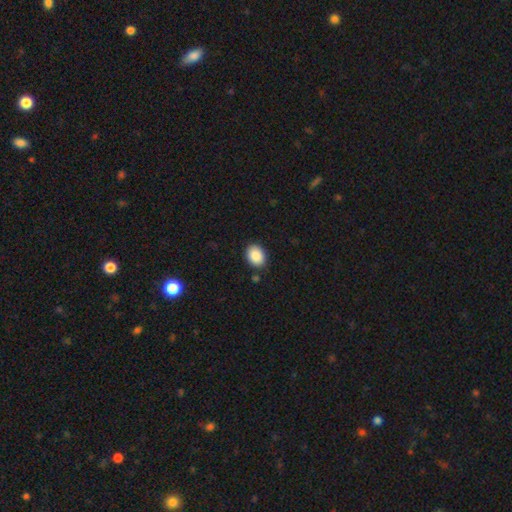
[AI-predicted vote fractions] This appears to be a smooth galaxy with no disk features (89%) that is in between round and cigar-shaped (65%). Merging: none (86%).